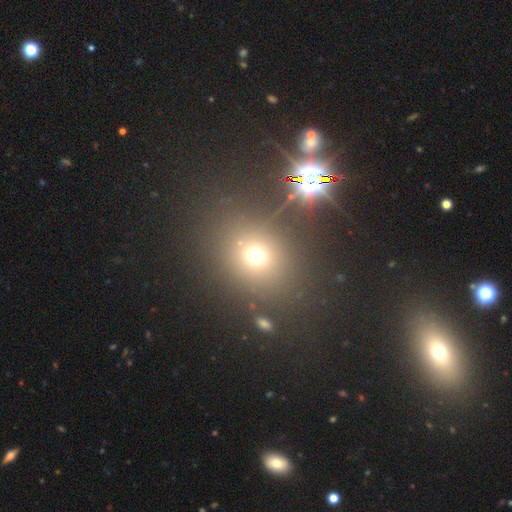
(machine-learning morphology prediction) Overall: smooth (65%; star or artifact 26%). How rounded: round (76%). Merging: none (79%).